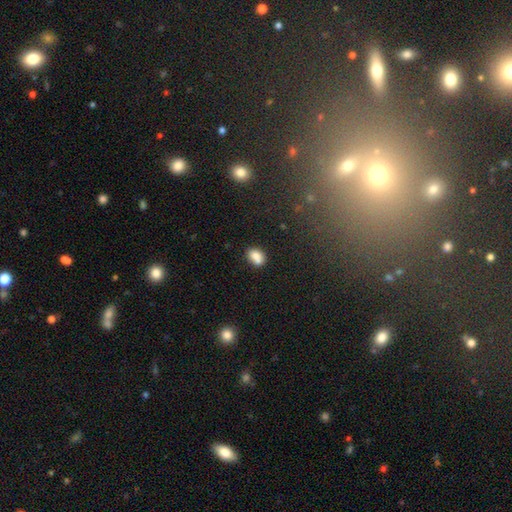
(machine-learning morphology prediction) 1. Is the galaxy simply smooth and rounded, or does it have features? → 79% smooth, 11% featured or disk, 10% star or artifact.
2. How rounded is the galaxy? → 66% in between, 33% round, 1% cigar-shaped.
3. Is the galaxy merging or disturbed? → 47% none, 34% merger, 14% minor disturbance, 5% major disturbance.